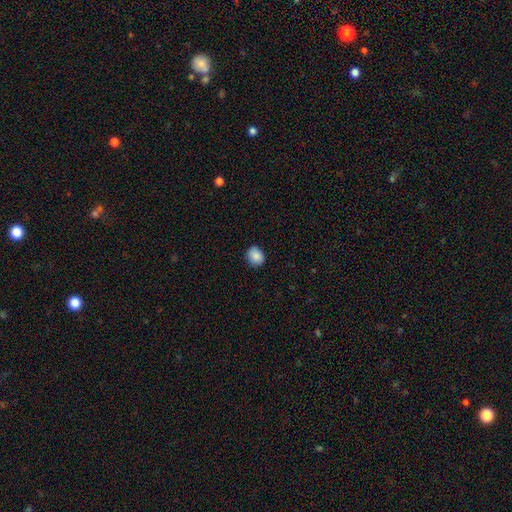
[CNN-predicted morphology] Smooth or featured? smooth (87%)
How rounded? round (59%)
Merging? none (85%)